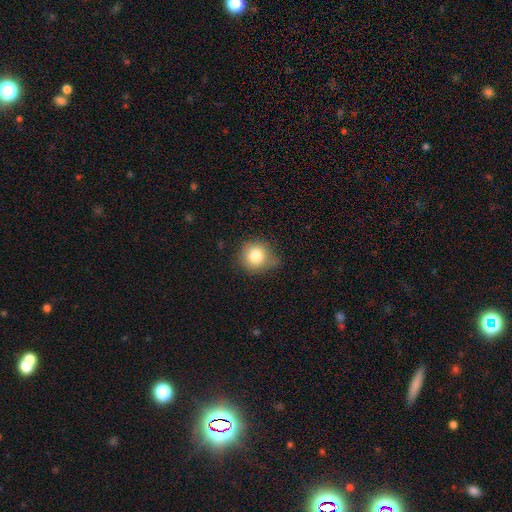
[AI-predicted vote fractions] Smooth or featured? Predicted: smooth (p=0.82). How rounded? Predicted: round (p=0.87). Merging? Predicted: none (p=0.61).